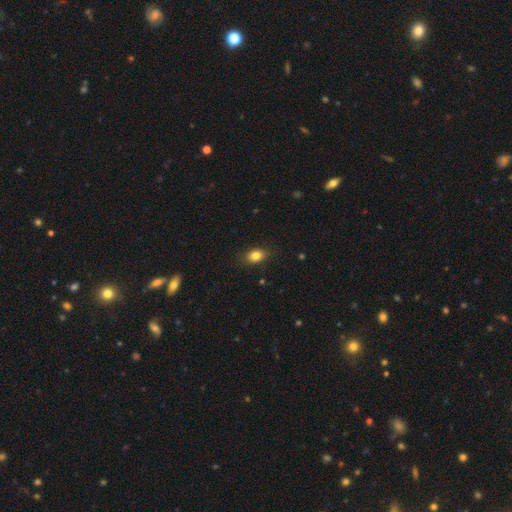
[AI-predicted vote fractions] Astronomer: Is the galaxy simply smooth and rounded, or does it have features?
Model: smooth — 84%.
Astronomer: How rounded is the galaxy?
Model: in between — 76%.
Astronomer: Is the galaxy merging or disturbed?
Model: none — 84%.